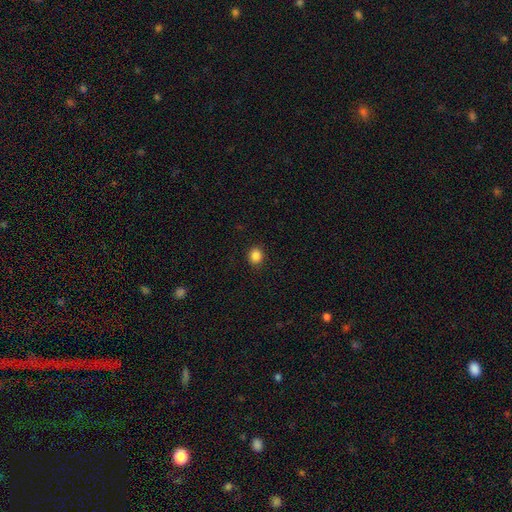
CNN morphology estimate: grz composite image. It shows a smooth galaxy with no disk features (86%) that is round (78%). Merging: none (91%).